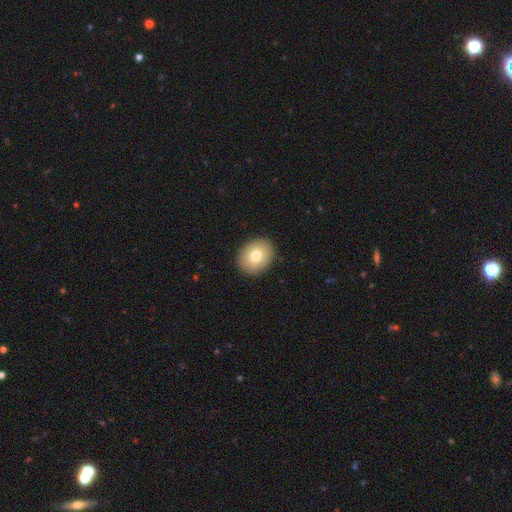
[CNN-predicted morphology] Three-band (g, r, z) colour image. It shows a smooth galaxy with no disk features (76%) that is in between round and cigar-shaped (52%). Merging: none (90%).